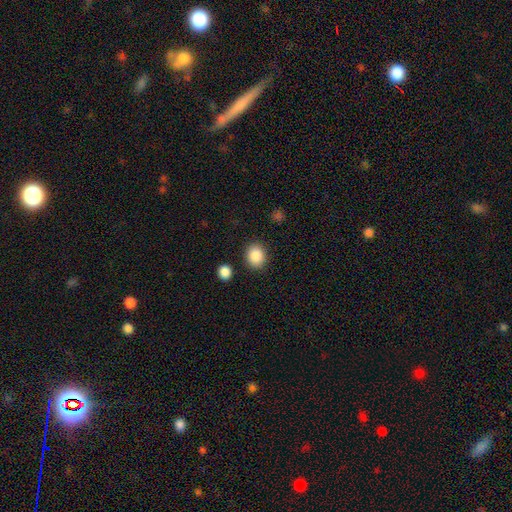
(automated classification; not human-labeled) Smooth or featured? Predicted: smooth (p=0.88). How rounded? Predicted: round (p=0.63). Merging? Predicted: none (p=0.87).